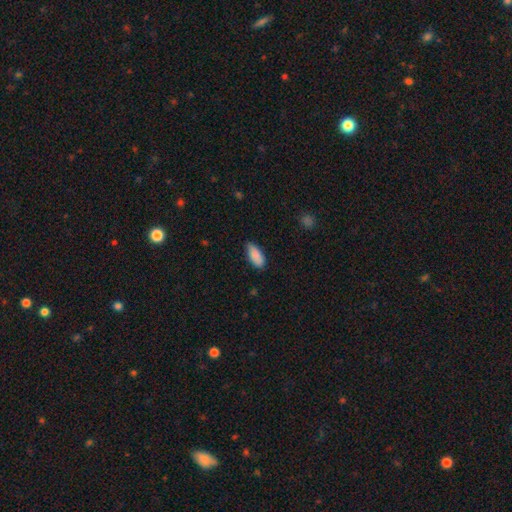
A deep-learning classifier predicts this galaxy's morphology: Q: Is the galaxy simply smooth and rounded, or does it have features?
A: smooth — 88%.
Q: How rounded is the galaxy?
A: in between — 87%.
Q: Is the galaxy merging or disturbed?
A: none — 78%.